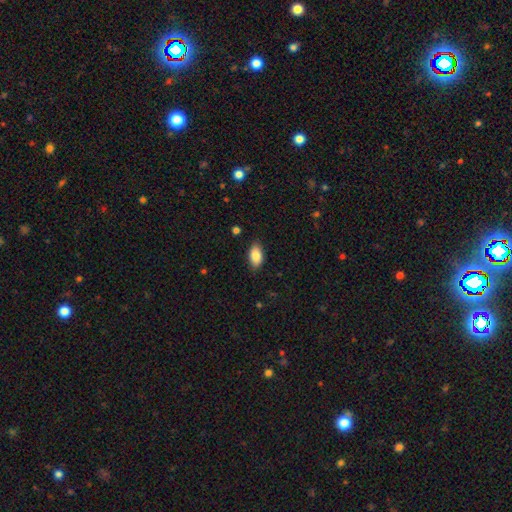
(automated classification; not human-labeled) smooth-or-featured: smooth: 85% | featured or disk: 8% | star or artifact: 7%
  how-rounded: in between: 93% | round: 4% | cigar-shaped: 3%
  merging: none: 84% | minor disturbance: 12% | major disturbance: 2% | merger: 1%